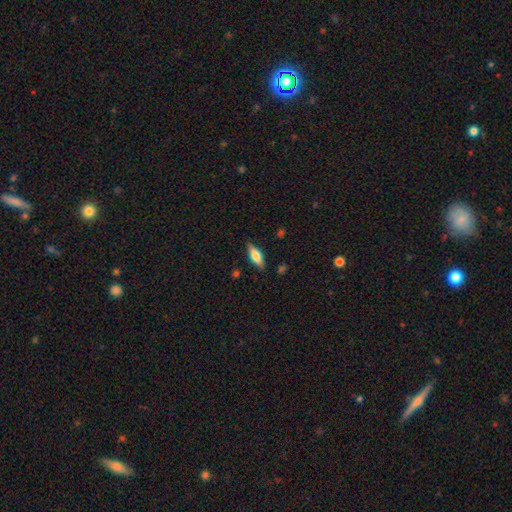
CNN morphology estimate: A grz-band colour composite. It shows a smooth galaxy with no disk features (59%) that is in between round and cigar-shaped (60%). Merging: none (84%).